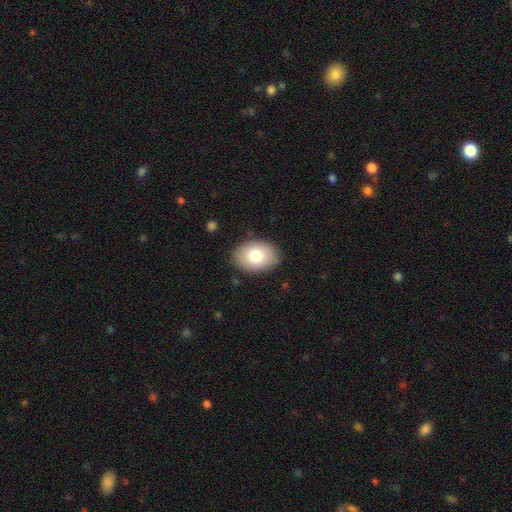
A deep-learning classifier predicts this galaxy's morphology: Smooth or featured? Predicted: smooth (p=0.78). How rounded? Predicted: in between (p=0.80). Merging? Predicted: none (p=0.86).